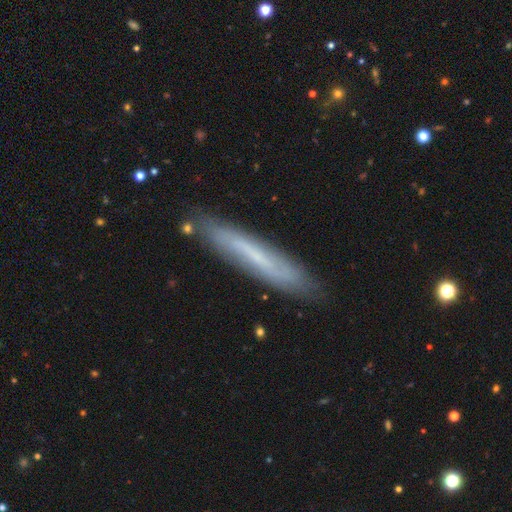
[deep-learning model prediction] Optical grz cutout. It shows a featured or disk galaxy (50%). Merging: none (84%).